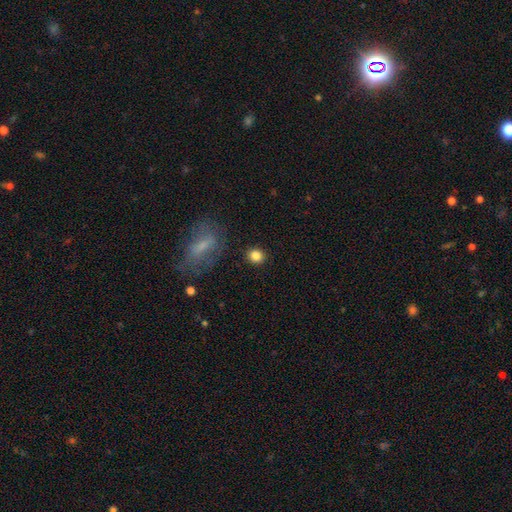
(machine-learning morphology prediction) Smooth or featured? Predicted: smooth (p=0.85). How rounded? Predicted: round (p=0.82). Merging? Predicted: none (p=0.89).